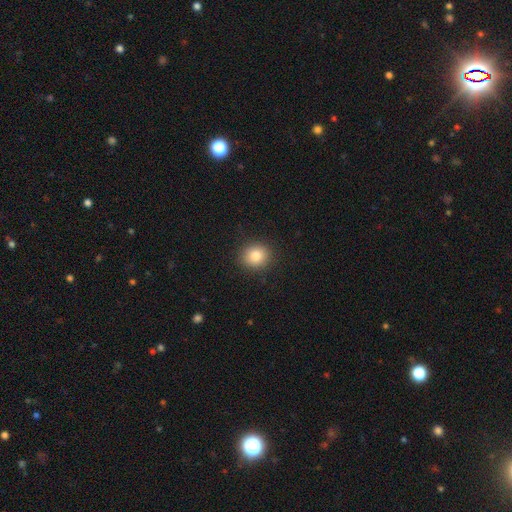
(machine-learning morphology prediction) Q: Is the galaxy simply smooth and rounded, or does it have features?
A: smooth — 83%.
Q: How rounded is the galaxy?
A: round — 82%.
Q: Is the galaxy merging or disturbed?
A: none — 90%.